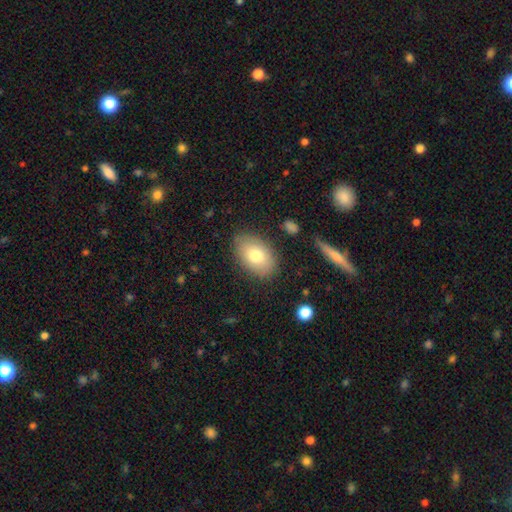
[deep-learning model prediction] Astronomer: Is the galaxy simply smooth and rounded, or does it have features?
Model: smooth — 76%.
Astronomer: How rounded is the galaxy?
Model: in between — 87%.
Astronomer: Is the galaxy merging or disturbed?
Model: none — 84%.